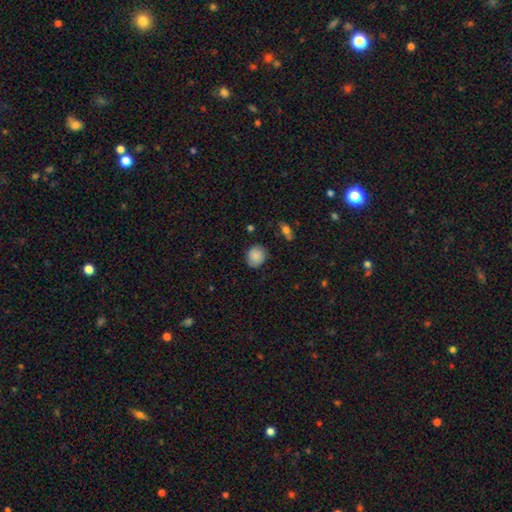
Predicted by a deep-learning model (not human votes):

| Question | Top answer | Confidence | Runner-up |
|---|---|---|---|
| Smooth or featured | smooth | 84% | featured or disk (8%) |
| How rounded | round | 75% | in between (24%) |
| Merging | none | 81% | minor disturbance (14%) |